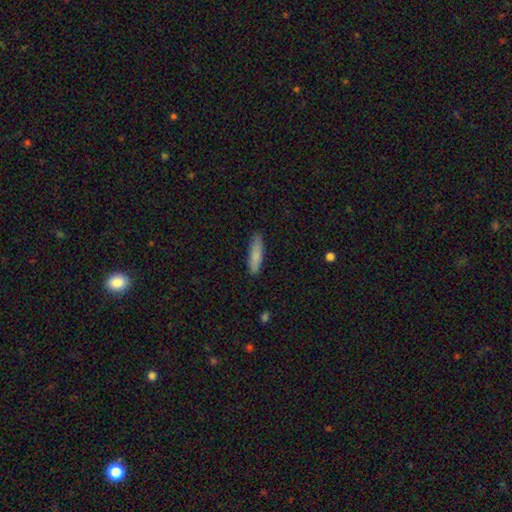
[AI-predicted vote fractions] Smooth or featured: smooth — 84% (featured or disk — 10%)
How rounded: cigar-shaped — 74% (in between — 25%)
Merging: none — 87% (minor disturbance — 10%)